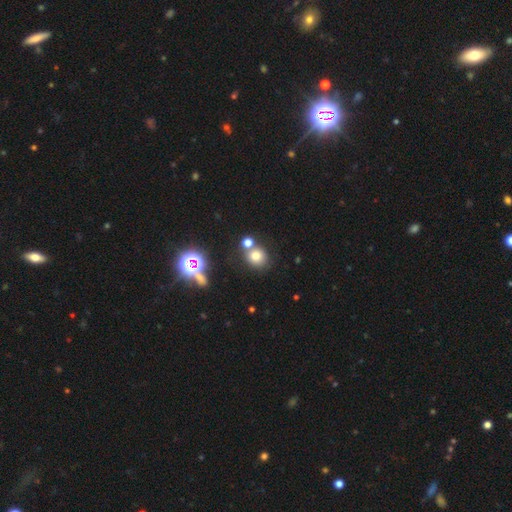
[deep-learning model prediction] This appears to be a smooth galaxy with no disk features (72%) that is round (81%). Merging: none (61%).